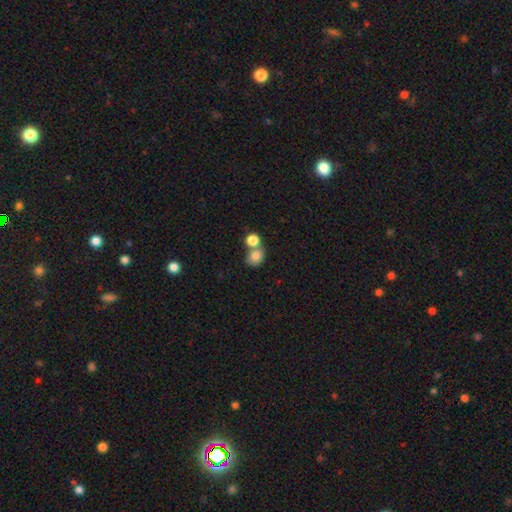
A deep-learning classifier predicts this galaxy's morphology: A smooth galaxy with no disk features (80%) that is round (69%).

Vote fractions:
- Smooth or featured? smooth: 80% / featured or disk: 10% / star or artifact: 10%
- How rounded? round: 69% / in between: 30% / cigar-shaped: 1%
- Merging? merger: 48% / none: 40% / minor disturbance: 9% / major disturbance: 4%